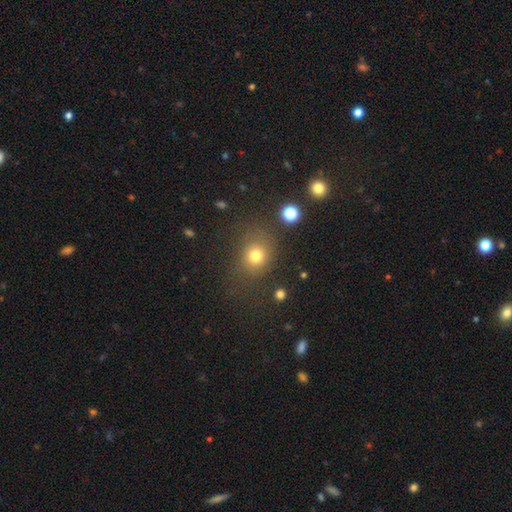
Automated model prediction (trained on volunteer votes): smooth 75%, star or artifact 16%, featured or disk 9%. Down the decision tree: how rounded — round (65%); merging — none (71%).